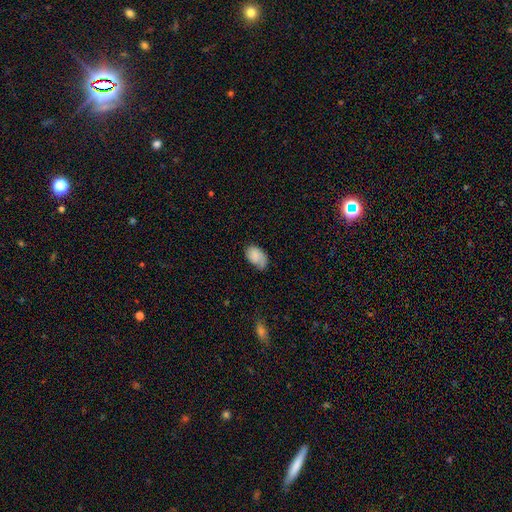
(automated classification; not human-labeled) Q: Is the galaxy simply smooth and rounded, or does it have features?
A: smooth — 72%.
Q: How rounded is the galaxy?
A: in between — 90%.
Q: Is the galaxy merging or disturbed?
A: none — 50%.